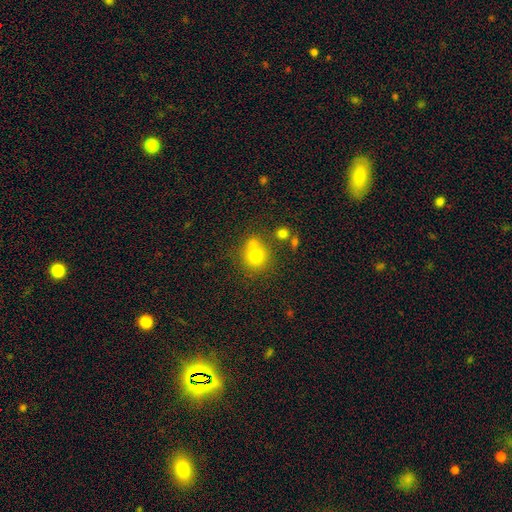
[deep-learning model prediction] This is likely a smooth galaxy (74%). How rounded: clearly round (89%). Merging: possibly none (56%).